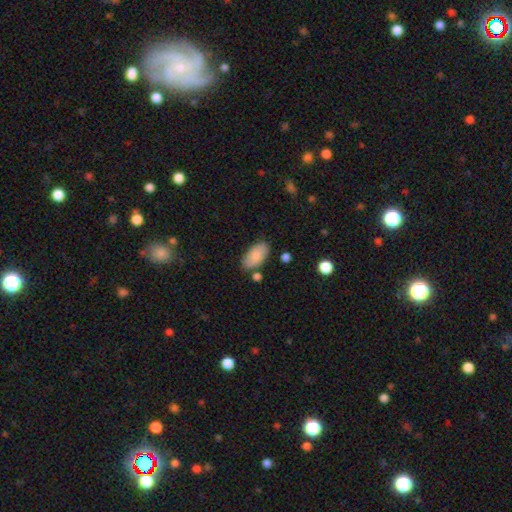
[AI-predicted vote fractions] This is clearly a smooth galaxy (83%). How rounded: clearly in between (95%). Merging: likely none (78%).